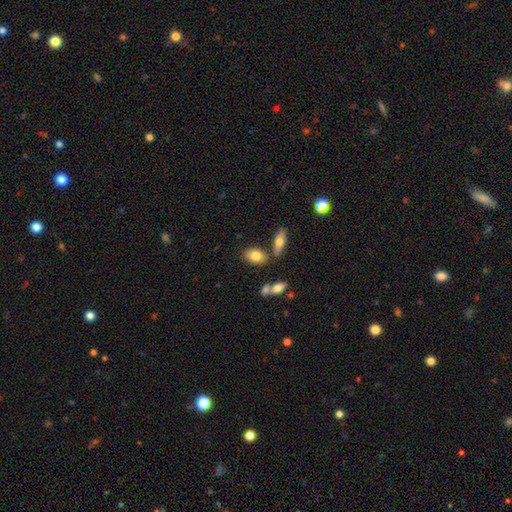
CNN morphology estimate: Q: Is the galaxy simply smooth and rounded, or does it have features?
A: smooth — 79%.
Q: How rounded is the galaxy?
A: in between — 86%.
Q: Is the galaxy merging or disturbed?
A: none — 72%.